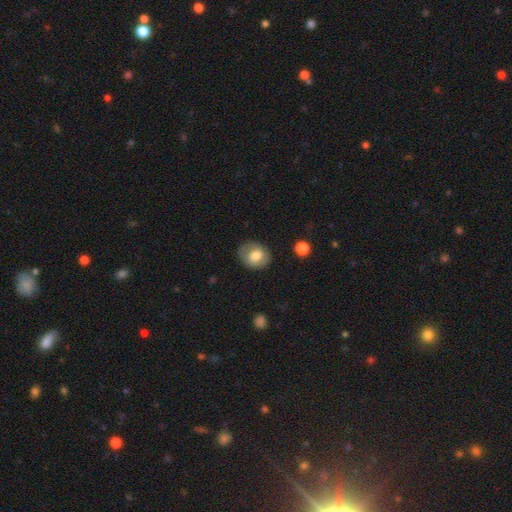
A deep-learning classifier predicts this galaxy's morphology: Overall: smooth (67%). How rounded: round (57%; in between 42%). Merging: none (79%).